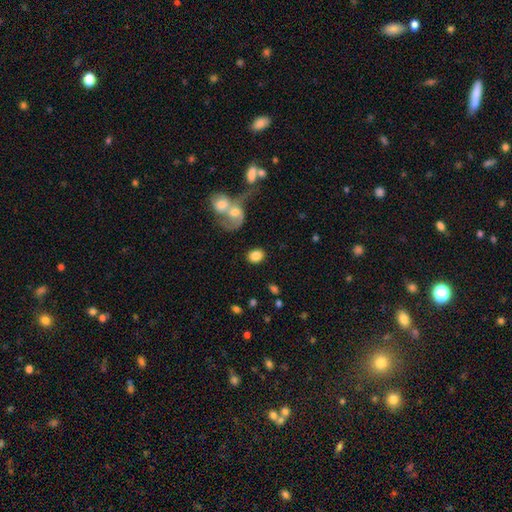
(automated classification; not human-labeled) Smooth or featured?
  - smooth: 81% *
  - featured or disk: 12%
  - star or artifact: 7%
How rounded?
  - in between: 55% *
  - round: 44%
  - cigar-shaped: 1%
Merging?
  - none: 69% *
  - merger: 16%
  - minor disturbance: 9%
  - major disturbance: 6%